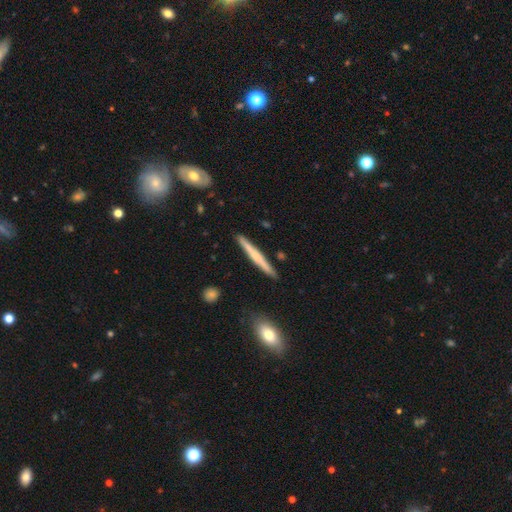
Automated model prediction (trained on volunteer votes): This is possibly a featured or disk galaxy (54%). It is clearly viewed edge-on (97%). Edge-on bulge: possibly rounded (60%). Merging: clearly none (91%).